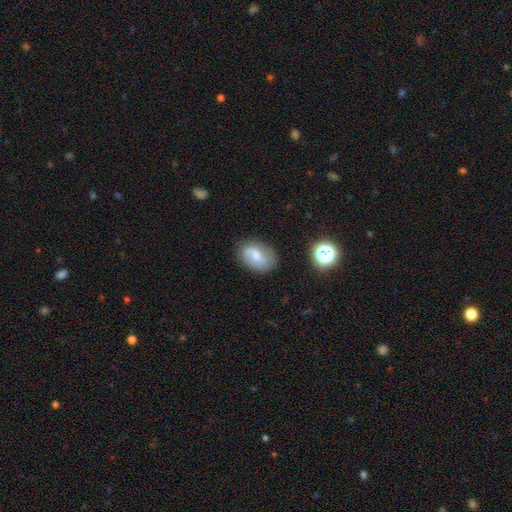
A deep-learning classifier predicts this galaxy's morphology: A smooth galaxy with no disk features (52%) that is in between round and cigar-shaped (80%).

Vote fractions:
- Smooth or featured? smooth: 52% / featured or disk: 38% / star or artifact: 10%
- How rounded? in between: 80% / round: 19% / cigar-shaped: 1%
- Merging? none: 71% / minor disturbance: 20% / major disturbance: 7% / merger: 2%